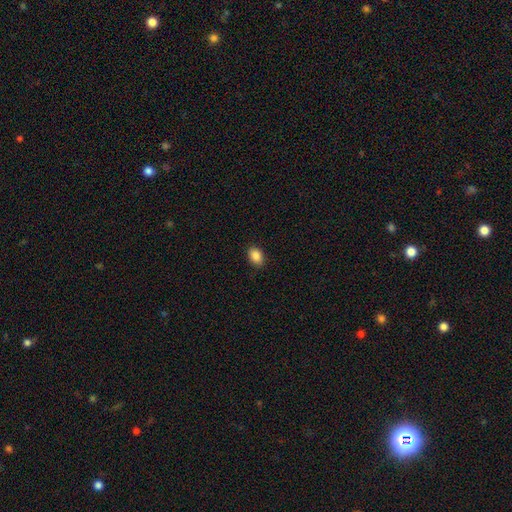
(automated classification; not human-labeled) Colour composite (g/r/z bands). It shows a smooth galaxy with no disk features (88%) that is in between round and cigar-shaped (75%). Merging: none (89%).